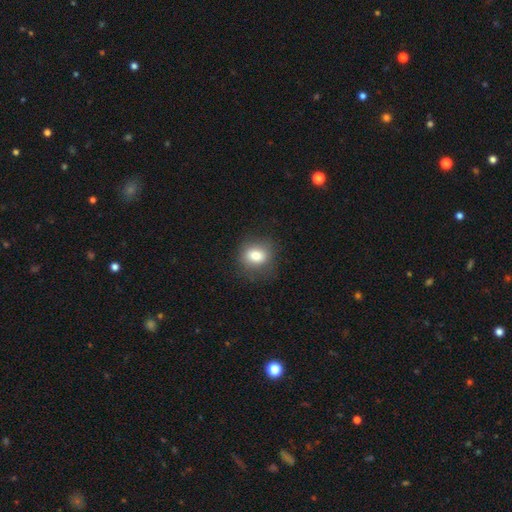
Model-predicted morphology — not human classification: This appears to be a smooth galaxy with no disk features (80%) that is round (61%). Merging: none (79%).